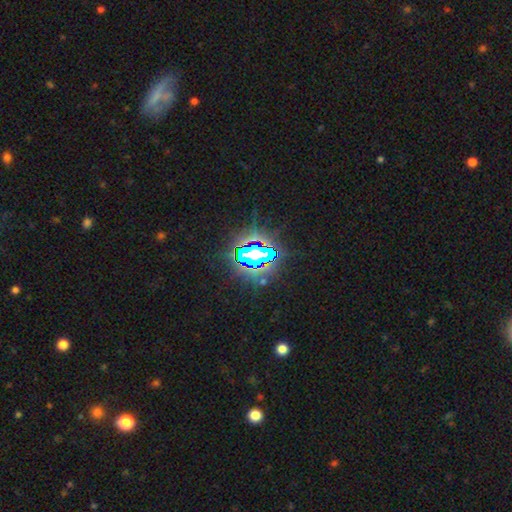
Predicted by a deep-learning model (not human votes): A star or artifact, not a galaxy (78%).